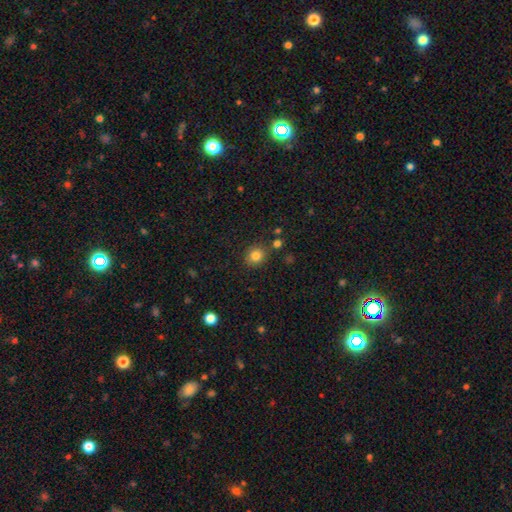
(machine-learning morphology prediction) type=smooth (83%); roundness=round (81%); merging=none (83%).